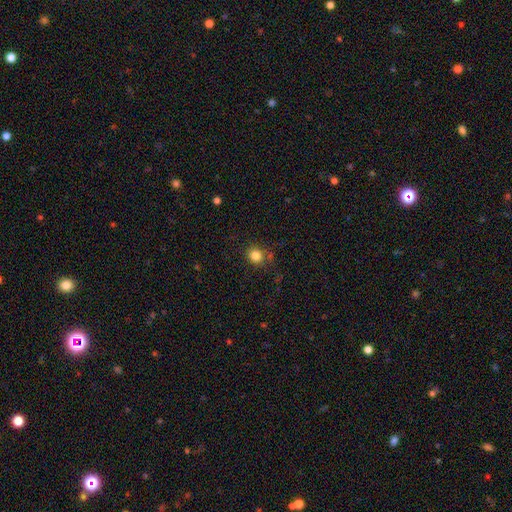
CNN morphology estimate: Smooth or featured? smooth (83%)
How rounded? round (83%)
Merging? none (80%)